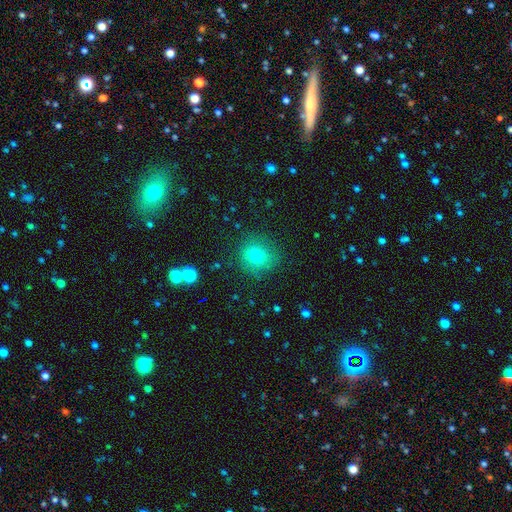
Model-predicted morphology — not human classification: Smooth or featured? smooth (75%)
How rounded? round (84%)
Merging? none (83%)